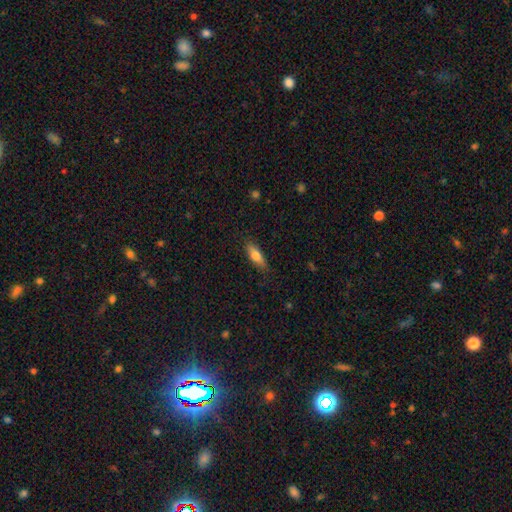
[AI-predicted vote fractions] Smooth or featured?
  - smooth: 72% *
  - featured or disk: 22%
  - star or artifact: 7%
How rounded?
  - in between: 50% *
  - cigar-shaped: 47%
  - round: 2%
Merging?
  - none: 84% *
  - minor disturbance: 13%
  - major disturbance: 3%
  - merger: 1%